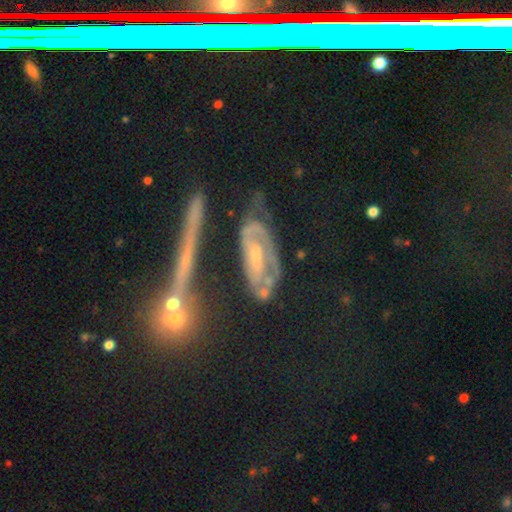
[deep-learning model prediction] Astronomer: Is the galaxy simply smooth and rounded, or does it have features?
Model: featured or disk — 71%.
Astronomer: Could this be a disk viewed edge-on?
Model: no — 87%.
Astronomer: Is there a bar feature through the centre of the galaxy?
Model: no — 46% (runner-up: weak, 36%).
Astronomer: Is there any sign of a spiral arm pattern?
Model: yes — 78%.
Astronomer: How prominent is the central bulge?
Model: small — 41% (runner-up: moderate, 37%).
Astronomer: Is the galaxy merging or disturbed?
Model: none — 48% (runner-up: minor disturbance, 24%).